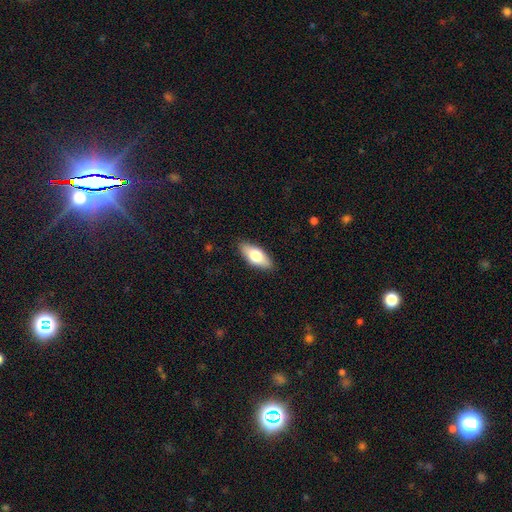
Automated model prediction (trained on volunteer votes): A smooth galaxy with no disk features (71%) that is in between round and cigar-shaped (82%). Merging: none (88%).